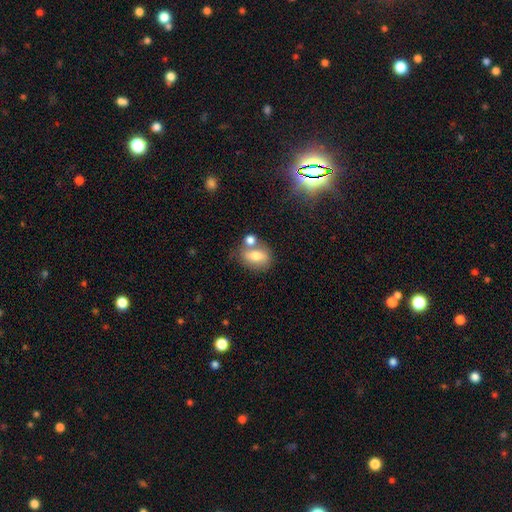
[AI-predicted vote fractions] Smooth or featured: smooth — 69% (featured or disk — 22%)
How rounded: in between — 68% (round — 29%)
Merging: none — 52% (merger — 29%)